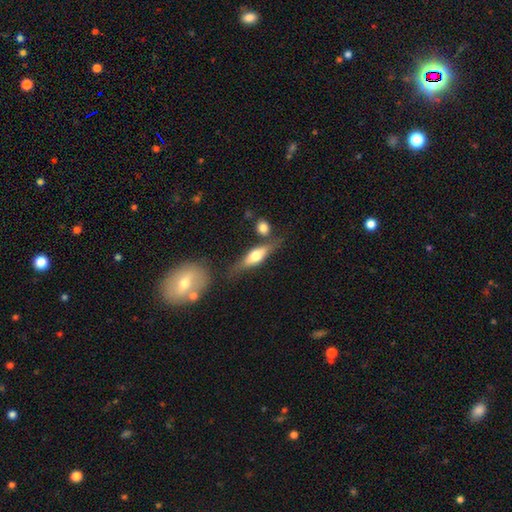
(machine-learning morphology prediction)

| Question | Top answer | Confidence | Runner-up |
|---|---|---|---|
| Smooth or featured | featured or disk | 52% | smooth (41%) |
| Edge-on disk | yes | 88% | no (12%) |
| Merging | none | 66% | minor disturbance (17%) |